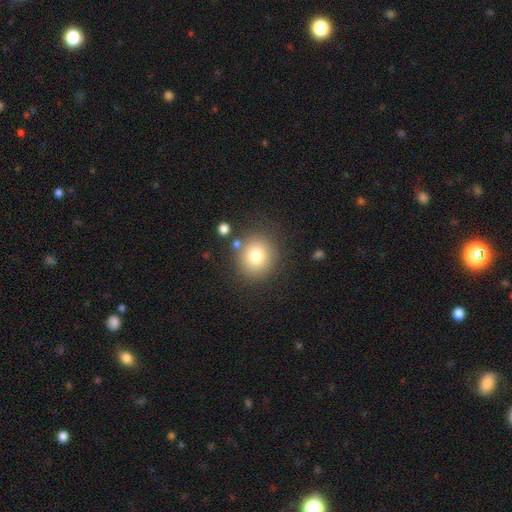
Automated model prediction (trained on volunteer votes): Smooth or featured: smooth — 78% (star or artifact — 12%)
How rounded: round — 85% (in between — 14%)
Merging: none — 80% (minor disturbance — 10%)